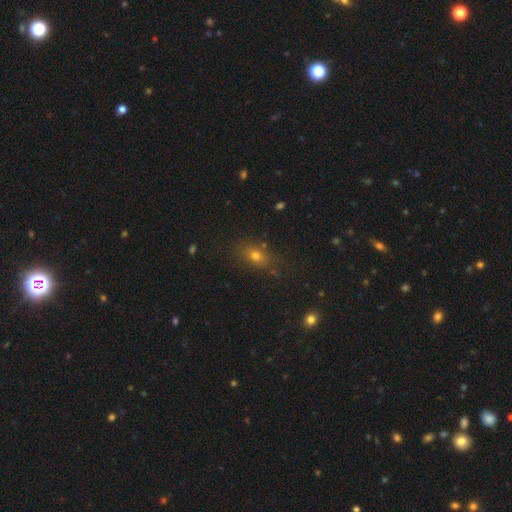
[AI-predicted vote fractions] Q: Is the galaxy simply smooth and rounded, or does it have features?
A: smooth — 69%.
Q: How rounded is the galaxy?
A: in between — 65%.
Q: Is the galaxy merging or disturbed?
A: none — 77%.